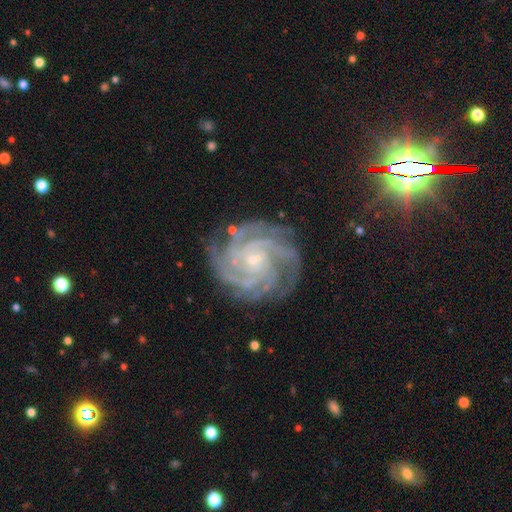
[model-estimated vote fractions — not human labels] The model was most divided on "spiral arm count": 4: 32%, more than 4: 19%, 3: 16%, can't tell: 15%, 2: 9%, 1: 8%. More confident: spiral arms — yes (99%); edge-on disk — no (98%); smooth or featured — featured or disk (88%); merging — none (82%); bulge size — small (80%); spiral winding — tight (76%); bar — no (70%).